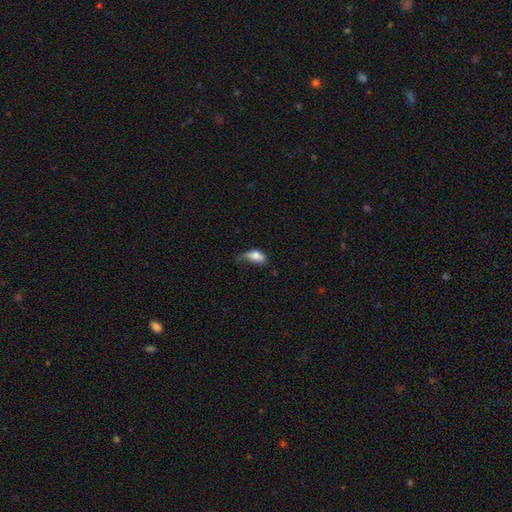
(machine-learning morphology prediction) Overall: smooth (76%). How rounded: in between (86%). Merging: minor disturbance (39%; major disturbance 31%).